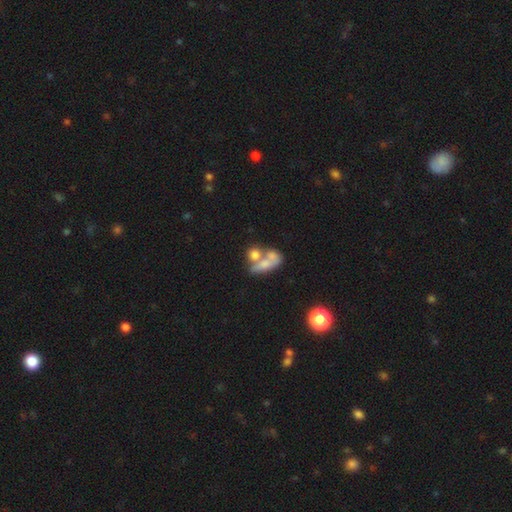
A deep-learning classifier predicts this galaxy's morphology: Q: Smooth or featured?
A: smooth (58%); runner-up: featured or disk (29%)
Q: How rounded?
A: in between (59%); runner-up: round (35%)
Q: Merging?
A: merger (58%); runner-up: none (24%)